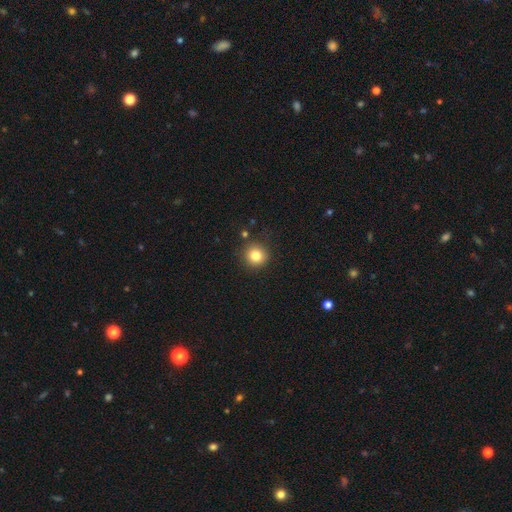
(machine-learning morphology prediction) Smooth or featured? smooth (82%)
How rounded? round (93%)
Merging? none (87%)